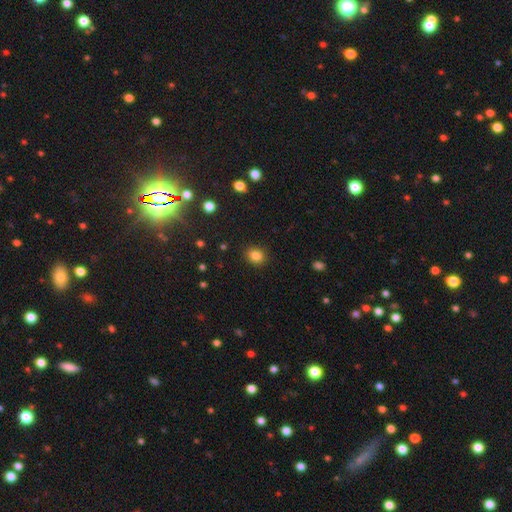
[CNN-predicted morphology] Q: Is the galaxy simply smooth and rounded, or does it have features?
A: smooth — 83%.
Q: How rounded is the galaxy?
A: round — 64%.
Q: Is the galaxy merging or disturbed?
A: none — 90%.